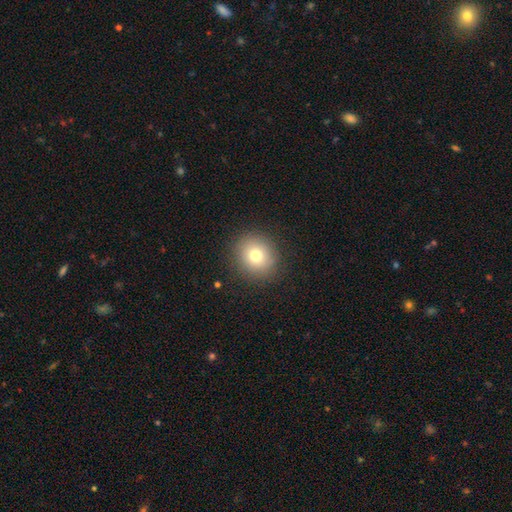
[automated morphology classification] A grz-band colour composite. It shows a smooth galaxy with no disk features (76%) that is round (87%). Merging: none (88%).